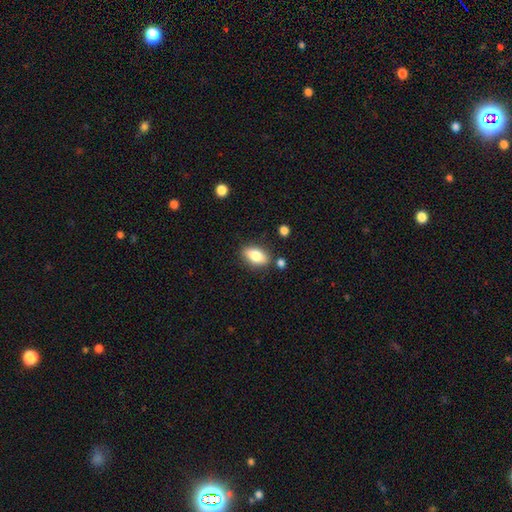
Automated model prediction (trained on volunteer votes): smooth_or_featured: smooth (p=0.77) [alt: featured or disk p=0.16]
how_rounded: in between (p=0.87) [alt: round p=0.07]
merging: none (p=0.82) [alt: minor disturbance p=0.11]